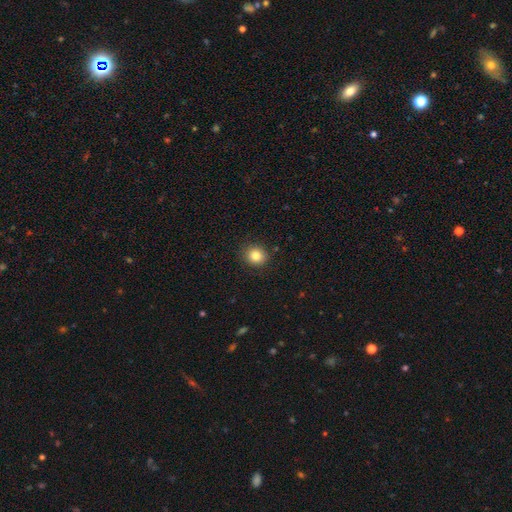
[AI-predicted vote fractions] Smooth or featured? smooth (82%)
How rounded? round (84%)
Merging? none (90%)